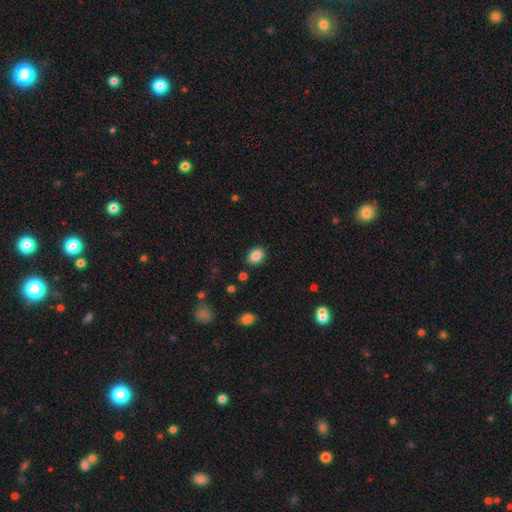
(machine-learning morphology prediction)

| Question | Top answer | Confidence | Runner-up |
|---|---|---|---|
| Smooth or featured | smooth | 86% | star or artifact (9%) |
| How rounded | in between | 72% | round (27%) |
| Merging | none | 86% | minor disturbance (9%) |